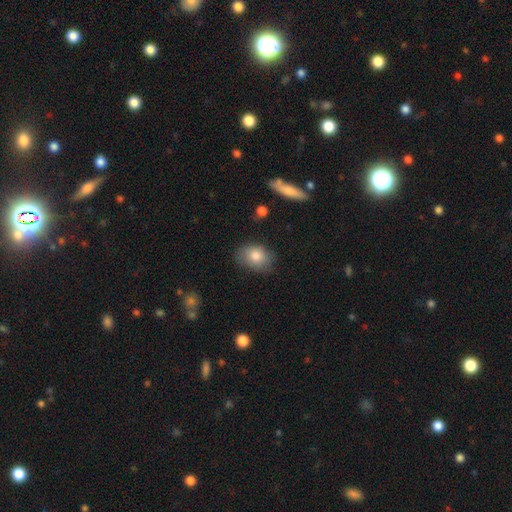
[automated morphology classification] Smooth or featured? Predicted: smooth (p=0.82). How rounded? Predicted: in between (p=0.69). Merging? Predicted: none (p=0.73).